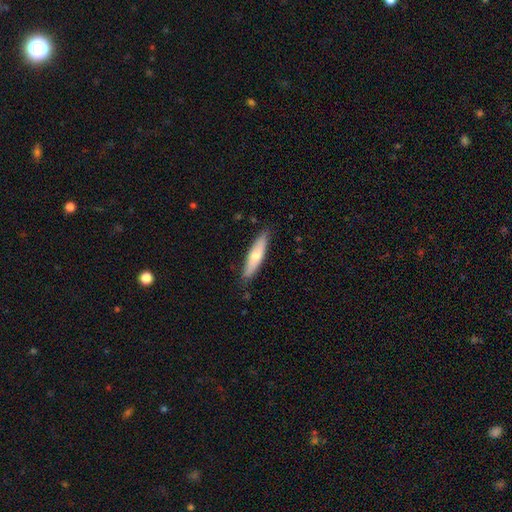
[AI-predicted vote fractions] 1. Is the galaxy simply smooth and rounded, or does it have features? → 61% smooth, 33% featured or disk, 6% star or artifact.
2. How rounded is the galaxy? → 77% cigar-shaped, 21% in between, 2% round.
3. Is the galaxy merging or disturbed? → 85% none, 12% minor disturbance, 2% major disturbance, 1% merger.